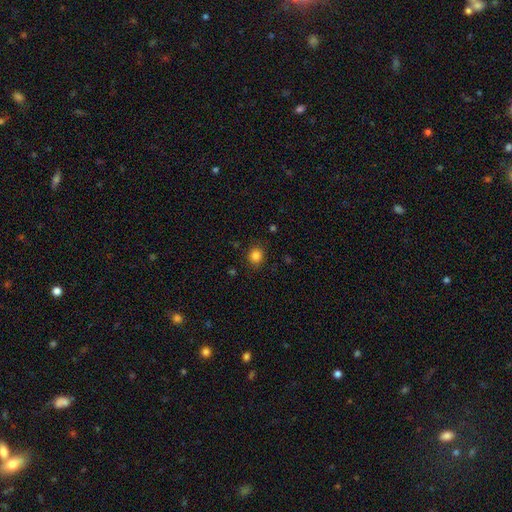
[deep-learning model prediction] This is clearly a smooth galaxy (84%). How rounded: clearly round (82%). Merging: clearly none (88%).